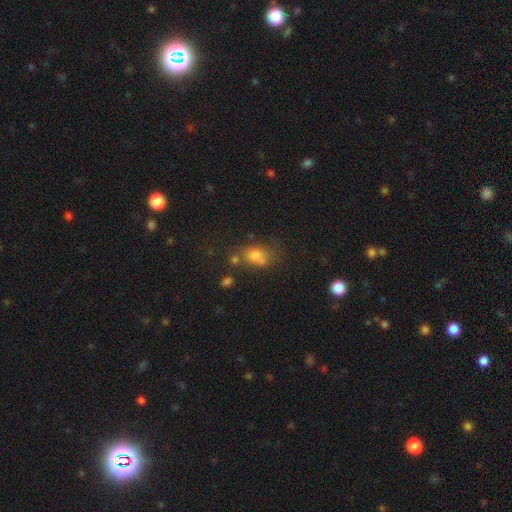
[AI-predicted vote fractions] Smooth or featured? Predicted: smooth (p=0.69). How rounded? Predicted: in between (p=0.57). Merging? Predicted: none (p=0.44).